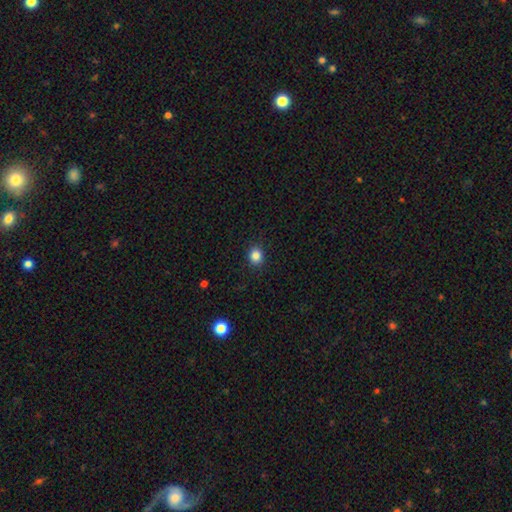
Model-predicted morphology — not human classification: Overall: smooth (85%). How rounded: round (77%). Merging: none (90%).